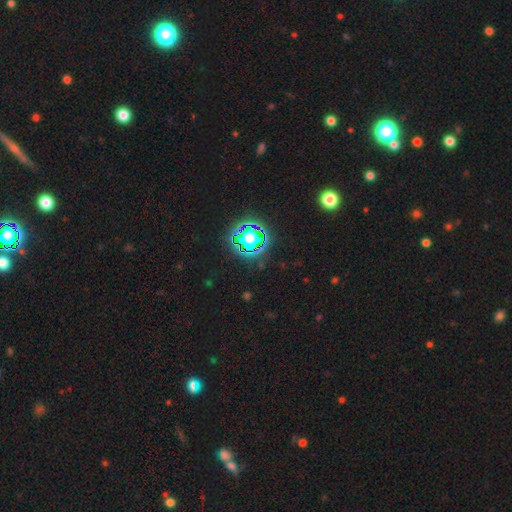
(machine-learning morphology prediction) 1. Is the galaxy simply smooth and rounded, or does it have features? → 81% star or artifact, 13% smooth, 7% featured or disk.